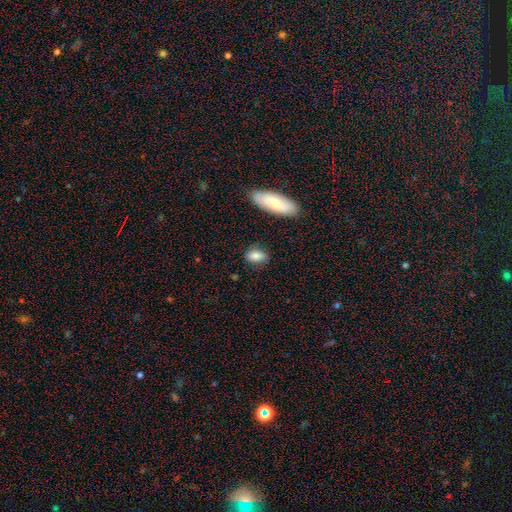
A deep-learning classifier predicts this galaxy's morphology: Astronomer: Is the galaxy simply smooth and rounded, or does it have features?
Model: smooth — 81%.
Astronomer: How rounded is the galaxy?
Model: in between — 83%.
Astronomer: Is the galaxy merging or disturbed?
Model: none — 76%.